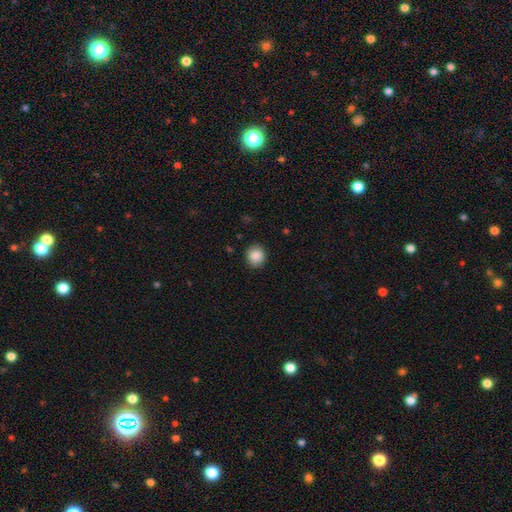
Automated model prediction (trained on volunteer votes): The model was most divided on "how rounded": round: 86%, in between: 13%, cigar-shaped: 1%. More confident: merging — none (89%); smooth or featured — smooth (88%).